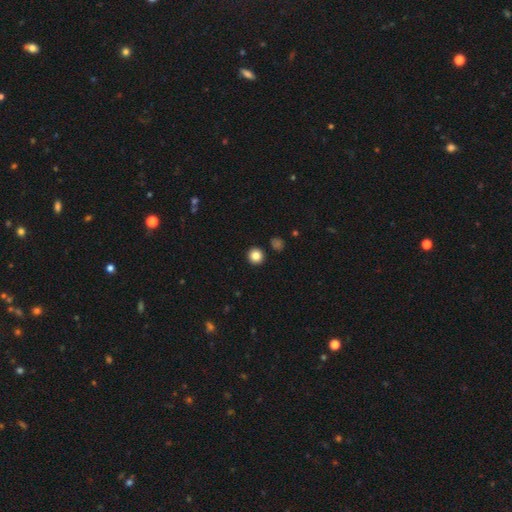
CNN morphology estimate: Smooth or featured? Predicted: smooth (p=0.85). How rounded? Predicted: round (p=0.95). Merging? Predicted: none (p=0.92).